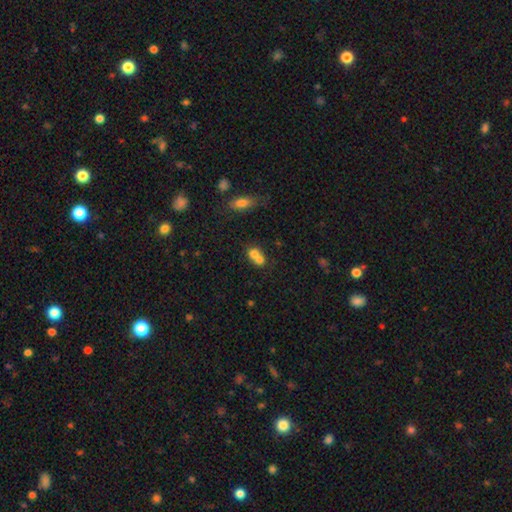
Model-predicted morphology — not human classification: type=smooth (70%); roundness=round (67%); merging=merger (65%).